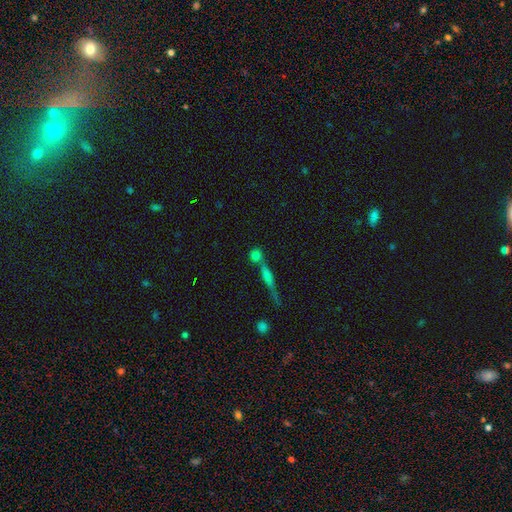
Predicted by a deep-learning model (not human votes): smooth 71%, featured or disk 15%, star or artifact 14%. Down the decision tree: how rounded — round (70%); merging — none (54%).